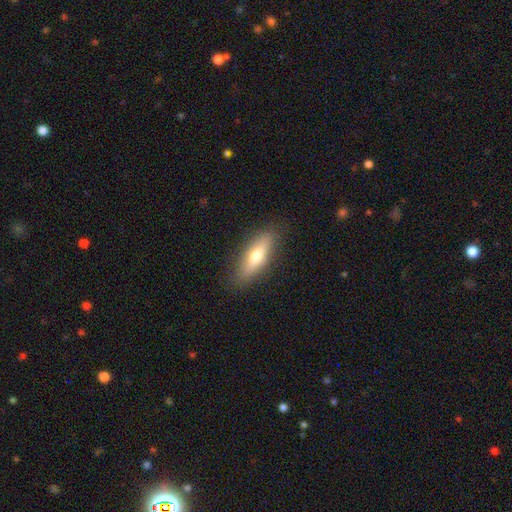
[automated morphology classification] smooth-or-featured: smooth: 55% | featured or disk: 38% | star or artifact: 7%
  how-rounded: cigar-shaped: 56% | in between: 41% | round: 3%
  merging: none: 87% | minor disturbance: 10% | major disturbance: 2% | merger: 1%